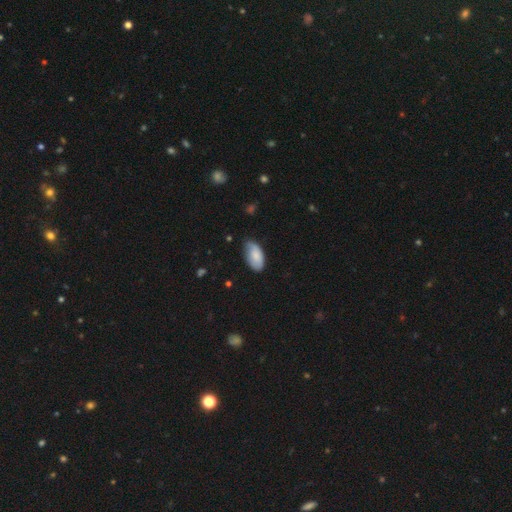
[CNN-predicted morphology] type=smooth (79%); roundness=in between (95%); merging=none (59%).